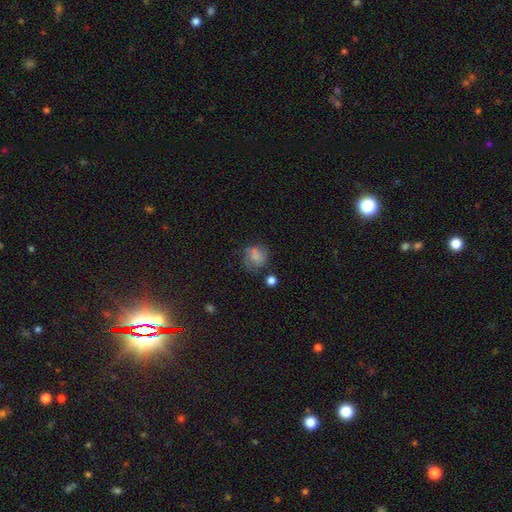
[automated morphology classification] A smooth galaxy with no disk features (70%) that is round (77%).

Vote fractions:
- Smooth or featured? smooth: 70% / featured or disk: 19% / star or artifact: 11%
- How rounded? round: 77% / in between: 22% / cigar-shaped: 1%
- Merging? none: 53% / minor disturbance: 24% / major disturbance: 13% / merger: 9%